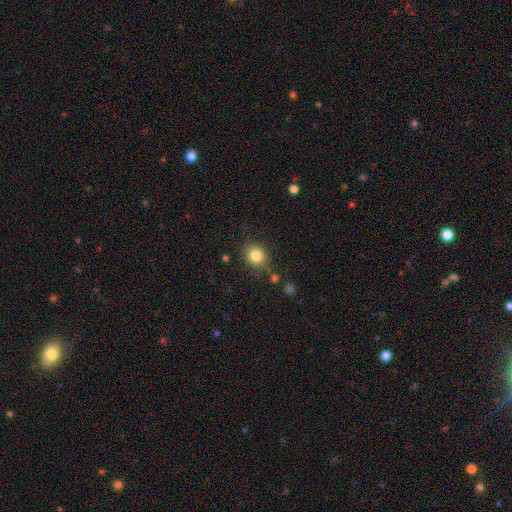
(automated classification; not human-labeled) A smooth galaxy with no disk features (82%) that is round (81%). Merging: none (83%).